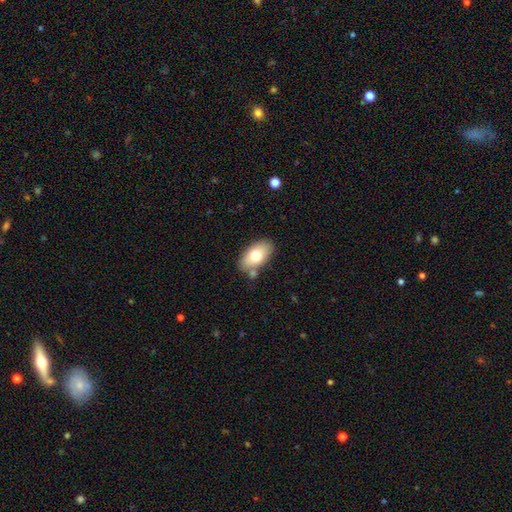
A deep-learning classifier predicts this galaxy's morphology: Smooth or featured?
  - smooth: 73% *
  - featured or disk: 20%
  - star or artifact: 7%
How rounded?
  - in between: 93% *
  - round: 5%
  - cigar-shaped: 2%
Merging?
  - none: 75% *
  - minor disturbance: 14%
  - merger: 7%
  - major disturbance: 3%